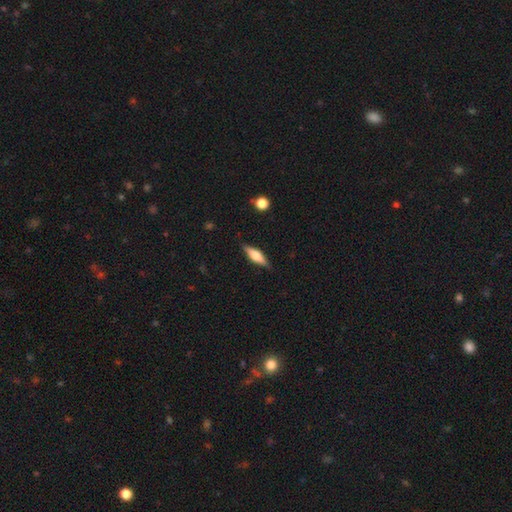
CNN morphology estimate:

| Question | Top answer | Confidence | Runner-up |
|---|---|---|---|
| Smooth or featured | featured or disk | 52% | smooth (41%) |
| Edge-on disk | yes | 94% | no (6%) |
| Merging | none | 86% | minor disturbance (10%) |